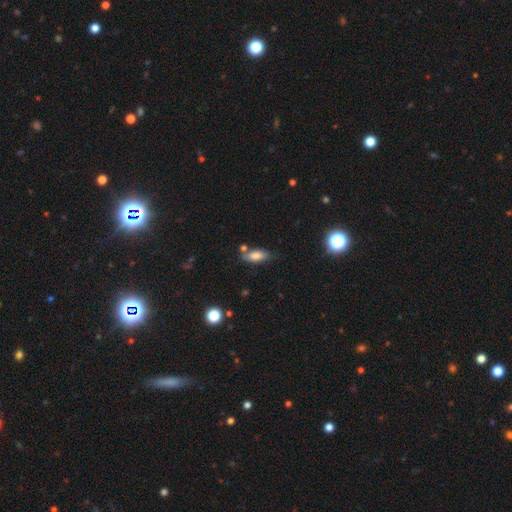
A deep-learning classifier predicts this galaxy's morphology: smooth 79%, featured or disk 13%, star or artifact 8%. Down the decision tree: how rounded — in between (76%); merging — none (63%).